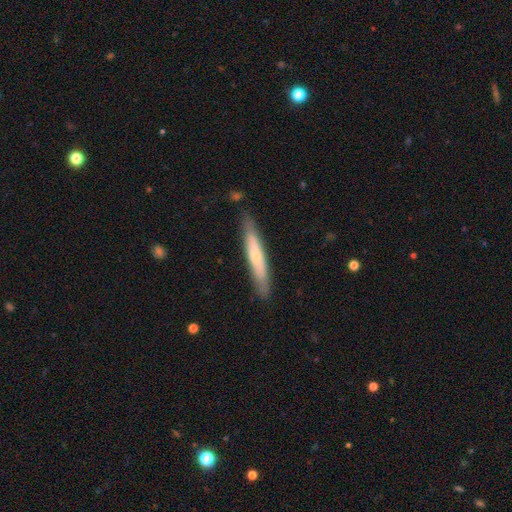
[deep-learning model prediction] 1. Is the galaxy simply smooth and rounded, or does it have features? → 49% smooth, 46% featured or disk, 6% star or artifact.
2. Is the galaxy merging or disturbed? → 84% none, 12% minor disturbance, 2% major disturbance, 2% merger.